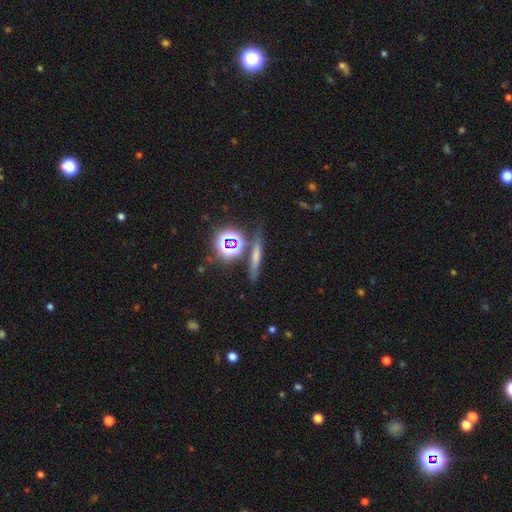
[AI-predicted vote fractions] Smooth or featured? Predicted: smooth (p=0.38). Merging? Predicted: none (p=0.79).